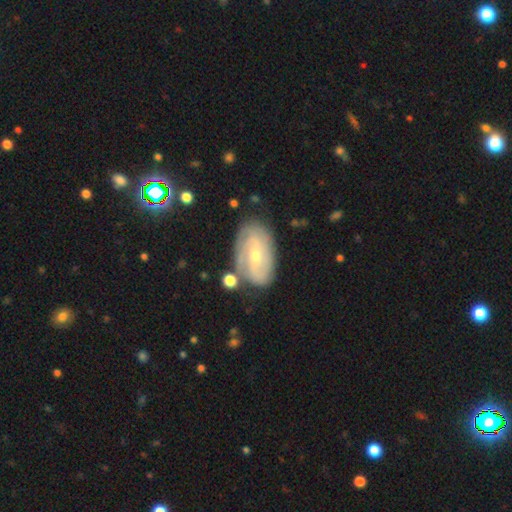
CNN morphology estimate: Smooth or featured: featured or disk — 75% (smooth — 18%)
Edge-on disk: no — 95% (yes — 5%)
Bar: no — 52% (weak — 37%)
Spiral arms: yes — 89% (no — 11%)
Spiral winding: tight — 62% (medium — 28%)
Spiral arm count: can't tell — 37% (2 — 31%)
Bulge size: small — 60% (moderate — 37%)
Merging: none — 72% (minor disturbance — 18%)